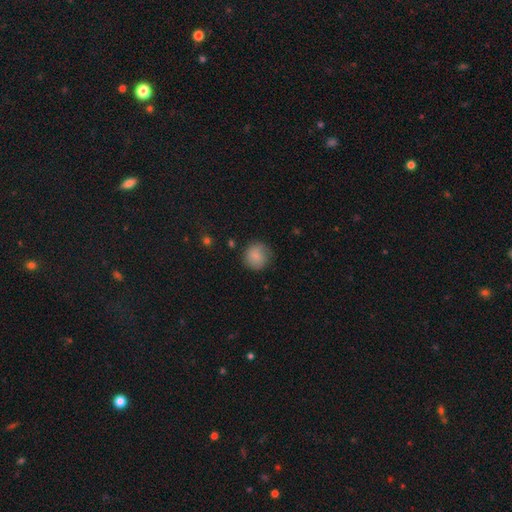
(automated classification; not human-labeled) Smooth or featured?
  - smooth: 83% *
  - featured or disk: 9%
  - star or artifact: 8%
How rounded?
  - round: 91% *
  - in between: 8%
  - cigar-shaped: 1%
Merging?
  - none: 77% *
  - minor disturbance: 17%
  - major disturbance: 5%
  - merger: 1%